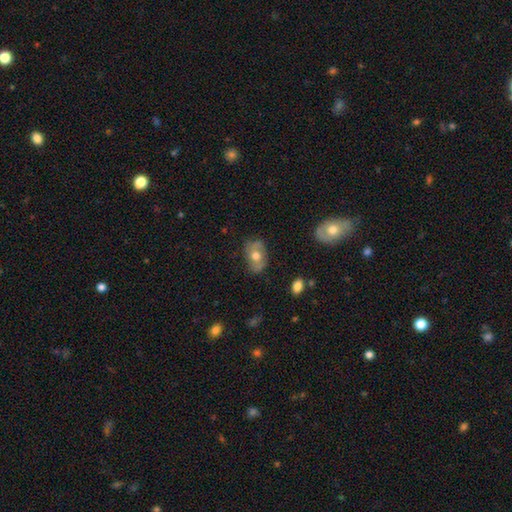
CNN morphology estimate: smooth 52%, featured or disk 40%, star or artifact 8%. Down the decision tree: how rounded — in between (78%); merging — none (70%).